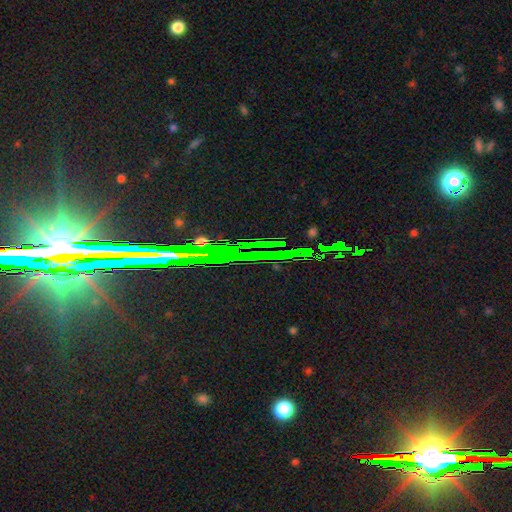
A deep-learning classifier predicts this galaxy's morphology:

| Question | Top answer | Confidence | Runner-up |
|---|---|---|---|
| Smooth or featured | star or artifact | 83% | featured or disk (10%) |